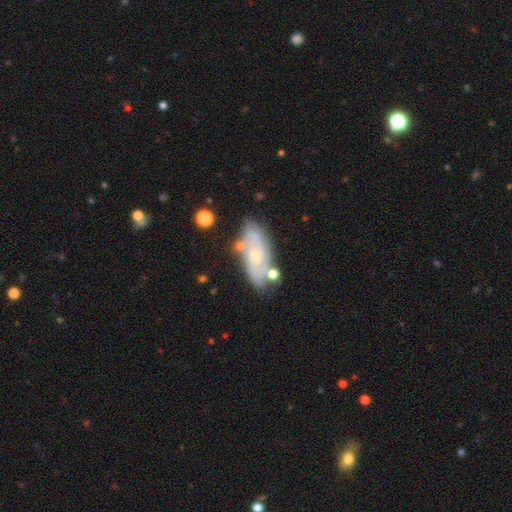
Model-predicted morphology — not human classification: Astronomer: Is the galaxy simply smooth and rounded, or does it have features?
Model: featured or disk — 70%.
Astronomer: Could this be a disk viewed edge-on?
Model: no — 92%.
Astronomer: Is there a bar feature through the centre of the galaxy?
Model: no — 72%.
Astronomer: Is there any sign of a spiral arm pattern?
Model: yes — 82%.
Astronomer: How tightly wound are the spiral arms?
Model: tight — 45% (runner-up: medium, 39%).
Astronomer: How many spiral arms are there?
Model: can't tell — 40% (runner-up: 2, 37%).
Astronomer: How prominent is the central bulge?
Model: small — 61%.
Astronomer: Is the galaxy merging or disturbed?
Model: none — 62%.